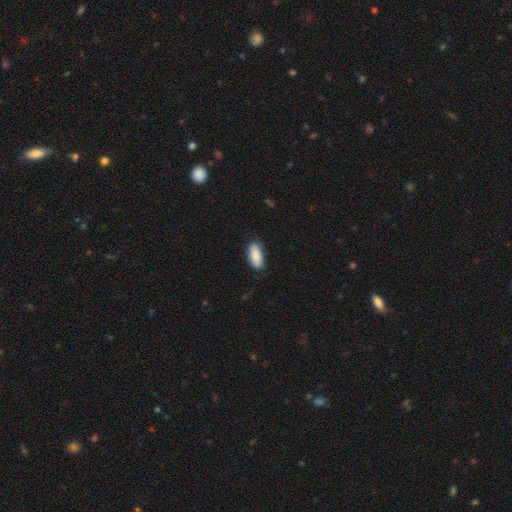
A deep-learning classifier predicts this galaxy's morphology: A smooth galaxy with no disk features (88%) that is in between round and cigar-shaped (84%). Merging: none (82%).